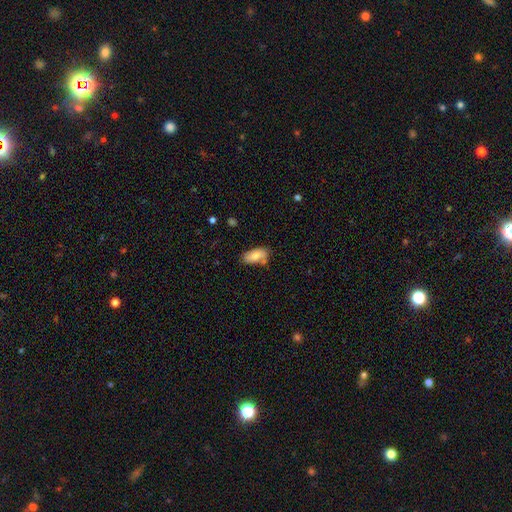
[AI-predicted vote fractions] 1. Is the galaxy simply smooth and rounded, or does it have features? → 81% smooth, 12% featured or disk, 7% star or artifact.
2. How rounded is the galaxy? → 90% in between, 8% cigar-shaped, 2% round.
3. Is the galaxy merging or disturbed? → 69% none, 20% minor disturbance, 7% merger, 4% major disturbance.